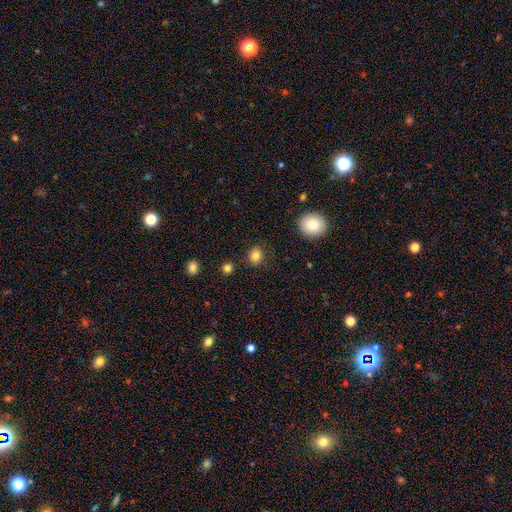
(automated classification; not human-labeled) Morphology: type=smooth (83%); roundness=round (75%); merging=none (87%).